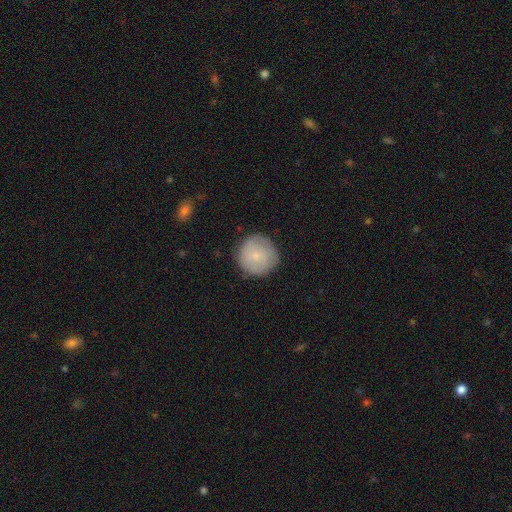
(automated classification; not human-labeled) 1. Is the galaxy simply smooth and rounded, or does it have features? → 70% smooth, 23% featured or disk, 6% star or artifact.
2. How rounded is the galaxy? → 94% round, 5% in between, 1% cigar-shaped.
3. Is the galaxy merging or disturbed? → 82% none, 13% minor disturbance, 3% major disturbance, 1% merger.